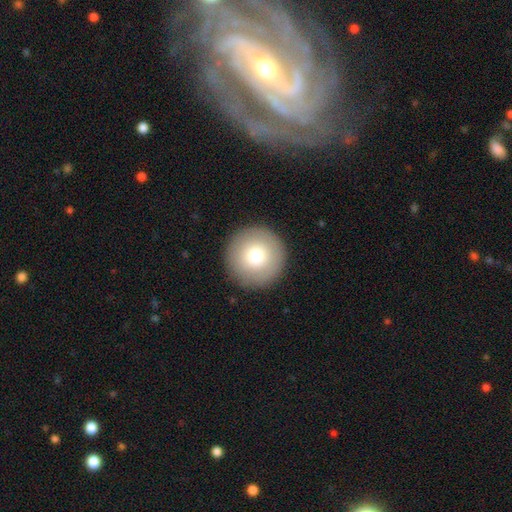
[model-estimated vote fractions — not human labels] Smooth or featured? Predicted: smooth (p=0.76). How rounded? Predicted: round (p=0.97). Merging? Predicted: none (p=0.92).